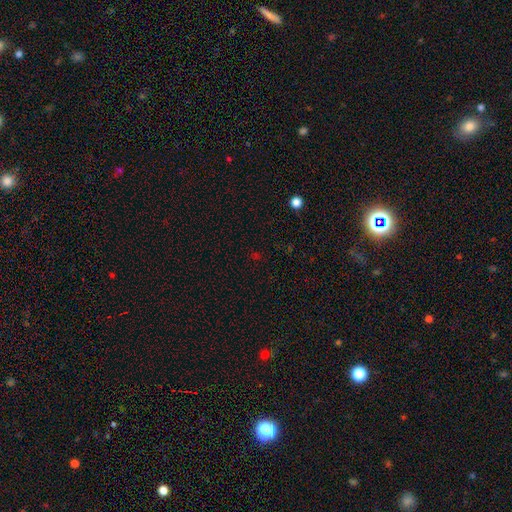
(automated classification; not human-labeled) Smooth or featured?
  - star or artifact: 59% *
  - smooth: 34%
  - featured or disk: 7%